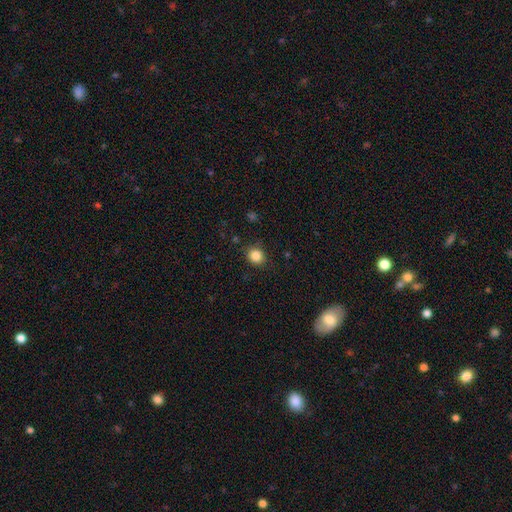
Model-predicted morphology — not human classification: smooth_or_featured: smooth (p=0.85) [alt: star or artifact p=0.11]
how_rounded: round (p=0.75) [alt: in between p=0.24]
merging: none (p=0.86) [alt: minor disturbance p=0.10]